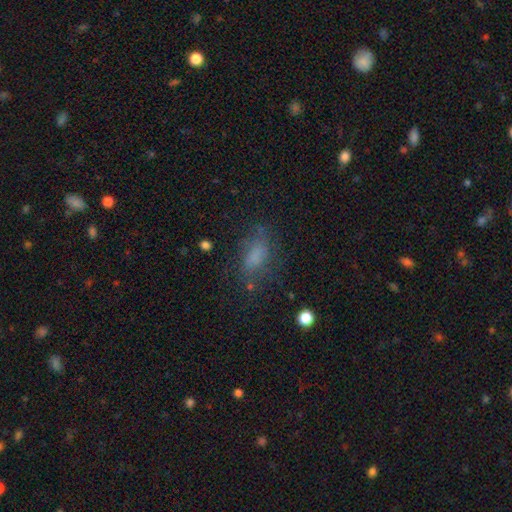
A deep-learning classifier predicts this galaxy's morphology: smooth-or-featured: smooth: 67% | featured or disk: 18% | star or artifact: 15%
  how-rounded: in between: 81% | cigar-shaped: 11% | round: 8%
  merging: none: 60% | minor disturbance: 21% | major disturbance: 16% | merger: 3%